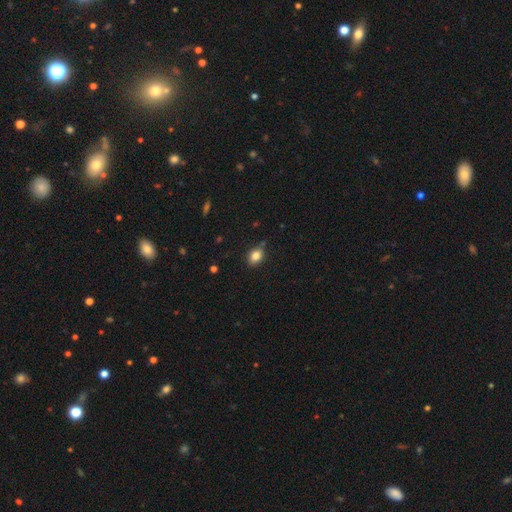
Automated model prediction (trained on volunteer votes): Q: Smooth or featured?
A: smooth (84%); runner-up: star or artifact (9%)
Q: How rounded?
A: in between (72%); runner-up: round (27%)
Q: Merging?
A: none (81%); runner-up: minor disturbance (14%)